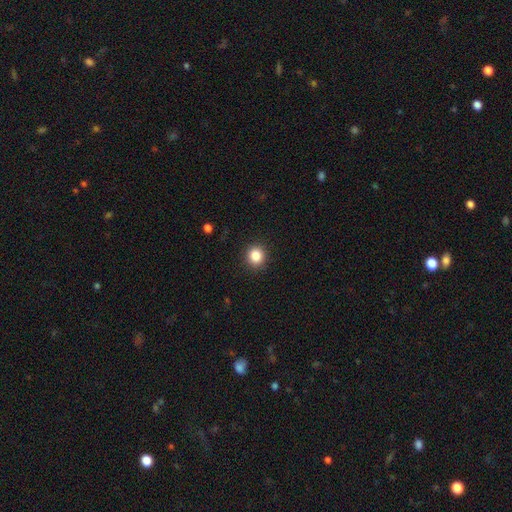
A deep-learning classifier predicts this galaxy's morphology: smooth-or-featured: smooth: 85% | star or artifact: 11% | featured or disk: 4%
  how-rounded: round: 90% | in between: 10% | cigar-shaped: 1%
  merging: none: 92% | minor disturbance: 6% | major disturbance: 2% | merger: 1%